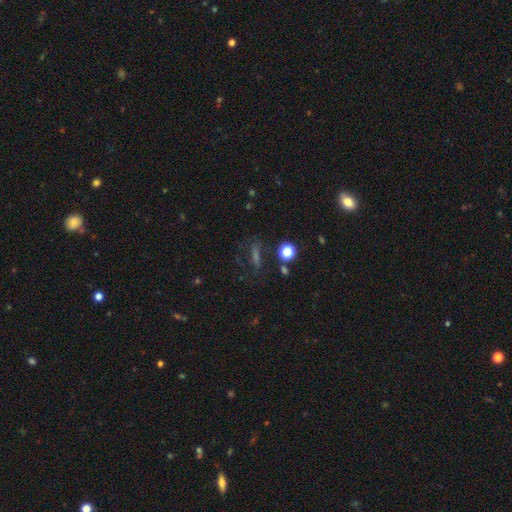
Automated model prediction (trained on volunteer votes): This appears to be a smooth galaxy with no disk features (41%). Merging: none (68%).